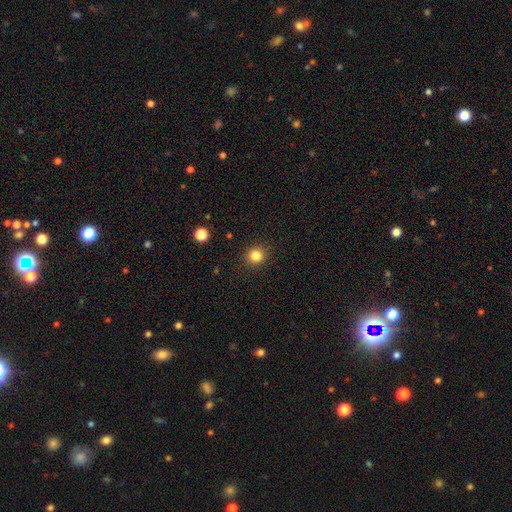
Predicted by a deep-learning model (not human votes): Morphology: type=smooth (83%); roundness=round (89%); merging=none (91%).